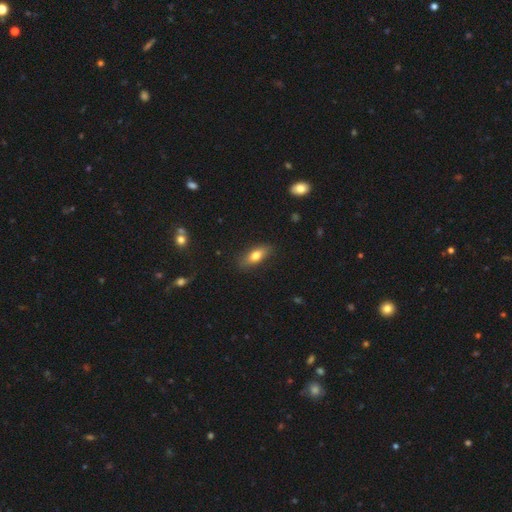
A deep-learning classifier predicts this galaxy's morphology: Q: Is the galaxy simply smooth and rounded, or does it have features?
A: smooth — 71%.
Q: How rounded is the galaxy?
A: in between — 72%.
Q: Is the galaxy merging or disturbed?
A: none — 85%.